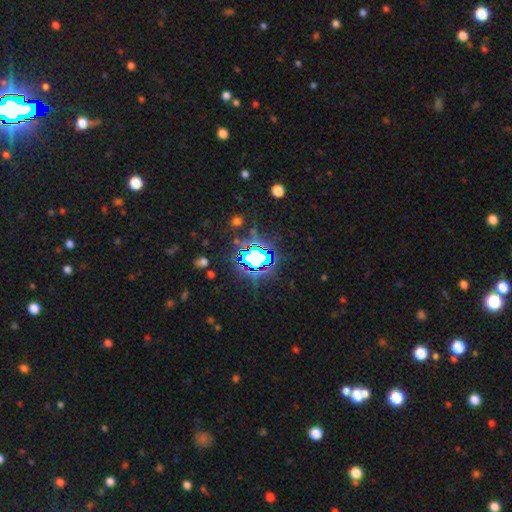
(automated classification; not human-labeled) smooth_or_featured: star or artifact (p=0.74) [alt: smooth p=0.15]